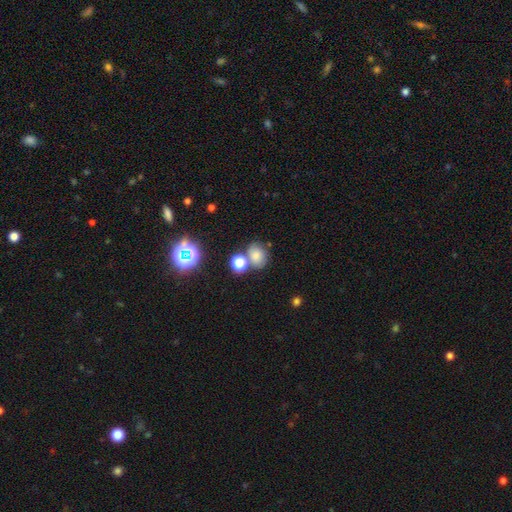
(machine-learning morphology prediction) The model was most divided on "how rounded": round: 52%, in between: 47%, cigar-shaped: 1%. More confident: smooth or featured — smooth (68%); merging — none (58%).